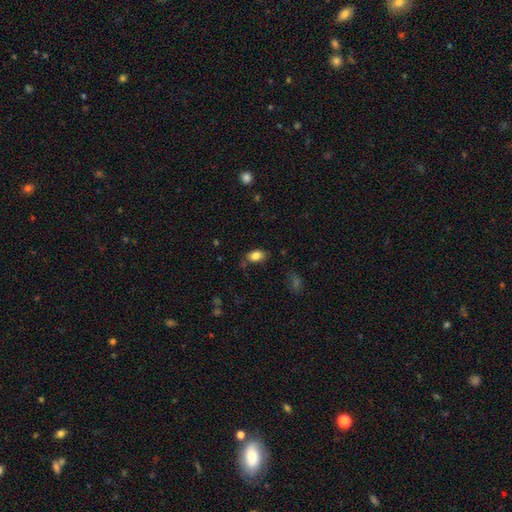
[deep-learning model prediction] Smooth or featured?
  - smooth: 84% *
  - star or artifact: 9%
  - featured or disk: 7%
How rounded?
  - in between: 88% *
  - round: 10%
  - cigar-shaped: 2%
Merging?
  - none: 73% *
  - minor disturbance: 19%
  - major disturbance: 5%
  - merger: 3%